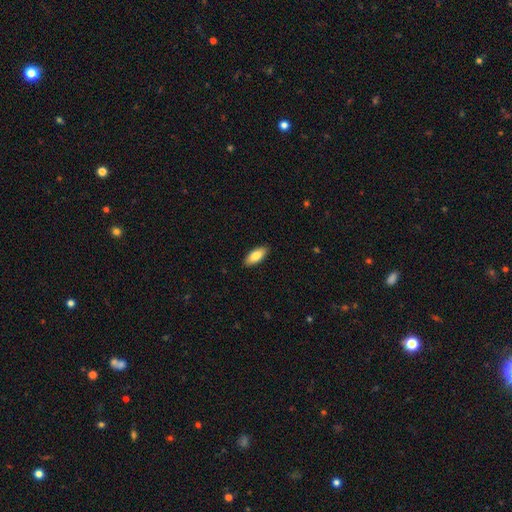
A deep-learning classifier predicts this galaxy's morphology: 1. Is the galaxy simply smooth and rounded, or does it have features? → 83% smooth, 11% featured or disk, 6% star or artifact.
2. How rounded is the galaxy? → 86% in between, 12% cigar-shaped, 2% round.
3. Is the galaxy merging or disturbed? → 90% none, 8% minor disturbance, 2% major disturbance, 1% merger.